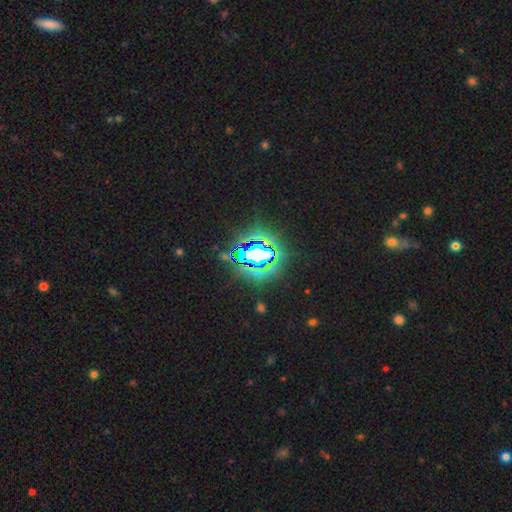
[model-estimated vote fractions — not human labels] Overall: star or artifact (77%).